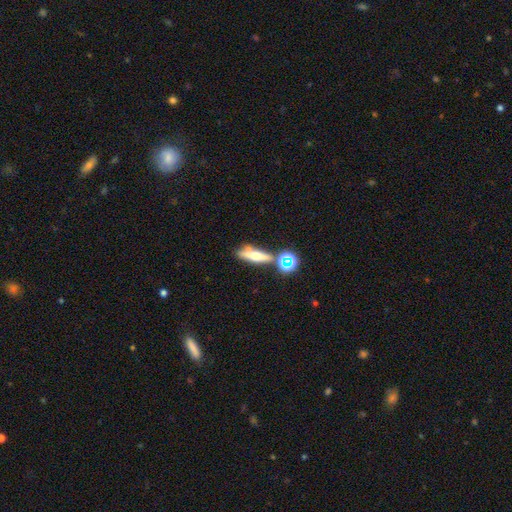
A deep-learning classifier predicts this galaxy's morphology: A smooth galaxy with no disk features (46%).

Vote fractions:
- Smooth or featured? smooth: 46% / featured or disk: 38% / star or artifact: 16%
- Merging? none: 61% / merger: 16% / minor disturbance: 16% / major disturbance: 7%